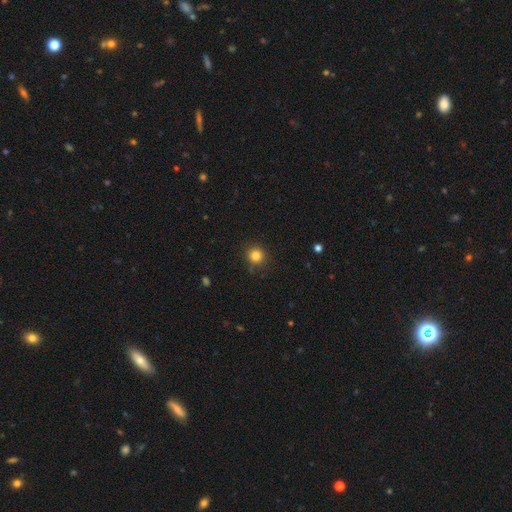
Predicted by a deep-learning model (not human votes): The model was most divided on "smooth or featured": smooth: 83%, star or artifact: 13%, featured or disk: 4%. More confident: how rounded — round (93%); merging — none (87%).